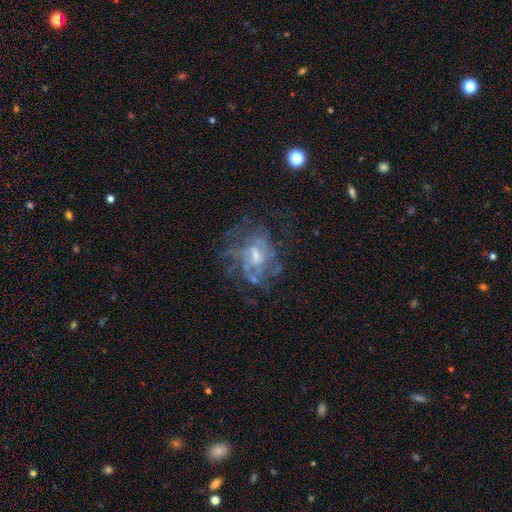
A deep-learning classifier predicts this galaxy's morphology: Smooth or featured? Predicted: featured or disk (p=0.78). Edge-on disk? Predicted: no (p=0.97). Bar? Predicted: weak (p=0.48). Spiral arms? Predicted: yes (p=0.77). Spiral winding? Predicted: tight (p=0.42). Spiral arm count? Predicted: can't tell (p=0.50). Bulge size? Predicted: moderate (p=0.44). Merging? Predicted: none (p=0.55).